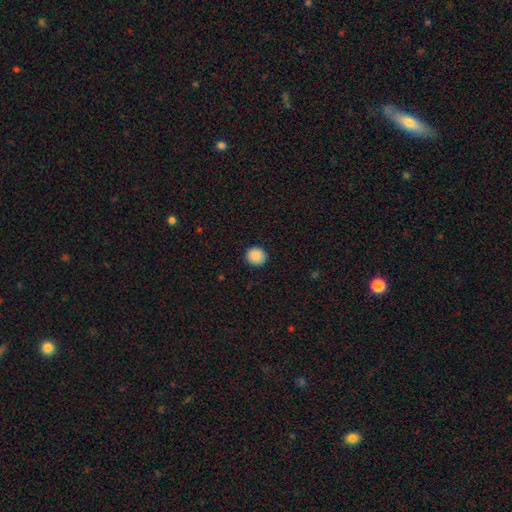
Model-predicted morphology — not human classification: Smooth or featured? smooth (89%)
How rounded? round (89%)
Merging? none (92%)